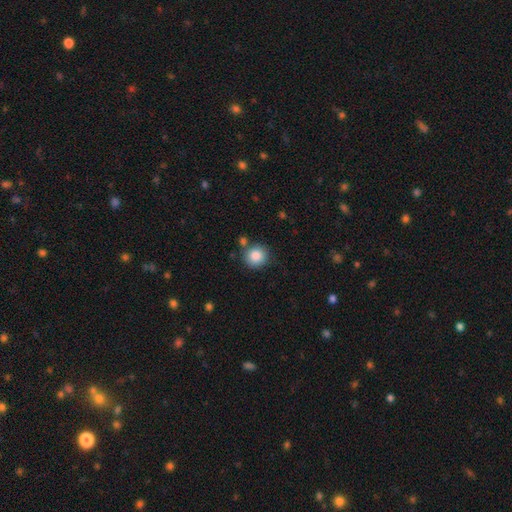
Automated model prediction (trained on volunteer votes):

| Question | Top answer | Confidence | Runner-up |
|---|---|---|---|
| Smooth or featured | smooth | 86% | star or artifact (9%) |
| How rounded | round | 90% | in between (9%) |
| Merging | none | 77% | minor disturbance (10%) |